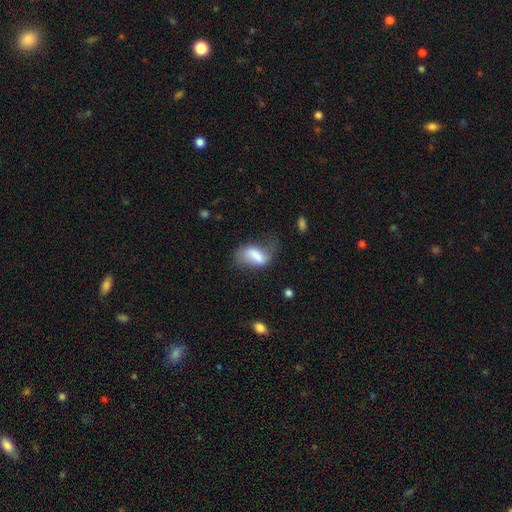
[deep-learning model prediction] Q: Smooth or featured?
A: smooth (64%); runner-up: featured or disk (27%)
Q: How rounded?
A: in between (84%); runner-up: cigar-shaped (10%)
Q: Merging?
A: none (35%); runner-up: major disturbance (30%)